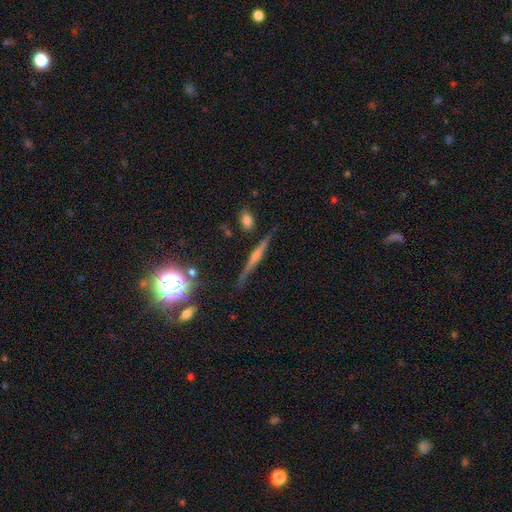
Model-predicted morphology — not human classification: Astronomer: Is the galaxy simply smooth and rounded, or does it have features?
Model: featured or disk — 69%.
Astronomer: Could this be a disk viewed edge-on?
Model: yes — 96%.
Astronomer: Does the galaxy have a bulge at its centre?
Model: rounded — 69%.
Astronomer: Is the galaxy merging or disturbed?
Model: none — 86%.